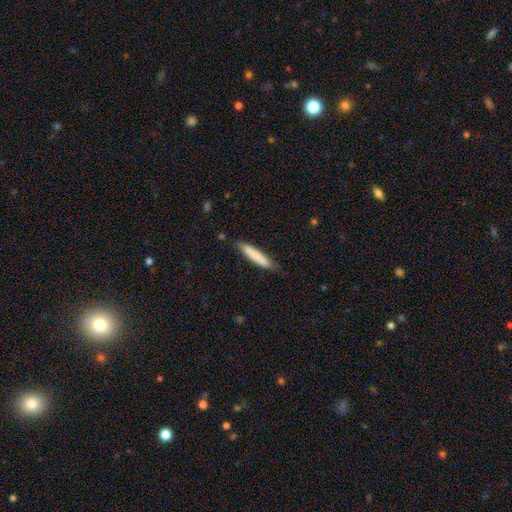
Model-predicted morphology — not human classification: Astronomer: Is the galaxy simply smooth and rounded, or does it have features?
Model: smooth — 77%.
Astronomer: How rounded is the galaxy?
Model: cigar-shaped — 87%.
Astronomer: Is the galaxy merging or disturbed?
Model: none — 75%.